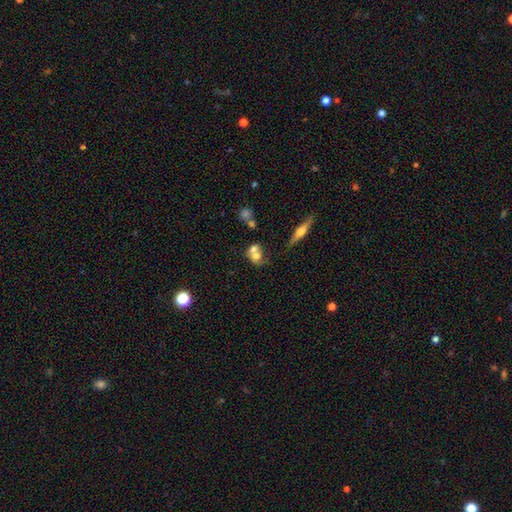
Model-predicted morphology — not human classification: smooth 58%, featured or disk 31%, star or artifact 11%. Down the decision tree: how rounded — round (53%); merging — merger (56%).